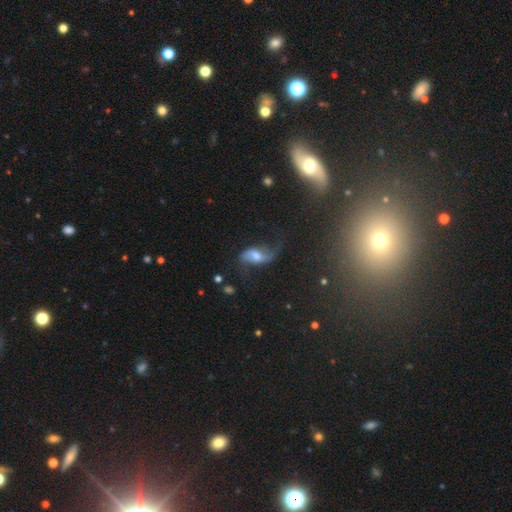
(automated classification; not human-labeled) Smooth or featured: featured or disk — 70% (smooth — 20%)
Edge-on disk: no — 94% (yes — 6%)
Bar: no — 44% (weak — 41%)
Spiral arms: yes — 91% (no — 9%)
Spiral winding: loose — 79% (medium — 17%)
Spiral arm count: 2 — 87% (1 — 6%)
Bulge size: moderate — 58% (small — 21%)
Merging: none — 56% (minor disturbance — 22%)